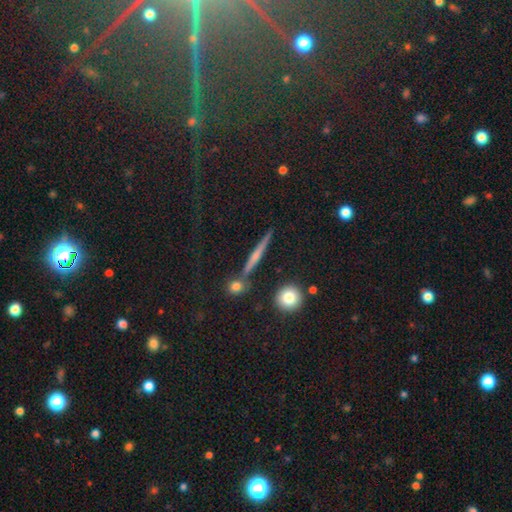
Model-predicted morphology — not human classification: A featured or disk galaxy (48%).

Vote fractions:
- Smooth or featured? featured or disk: 48% / smooth: 40% / star or artifact: 12%
- Merging? none: 84% / minor disturbance: 8% / merger: 5% / major disturbance: 3%